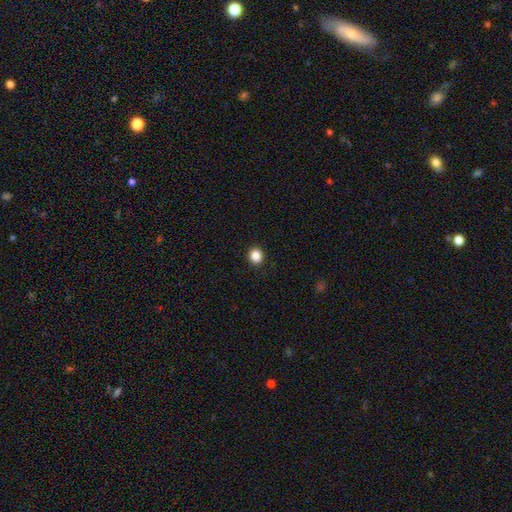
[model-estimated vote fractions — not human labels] The model was most divided on "how rounded": round: 87%, in between: 12%, cigar-shaped: 1%. More confident: merging — none (93%); smooth or featured — smooth (86%).